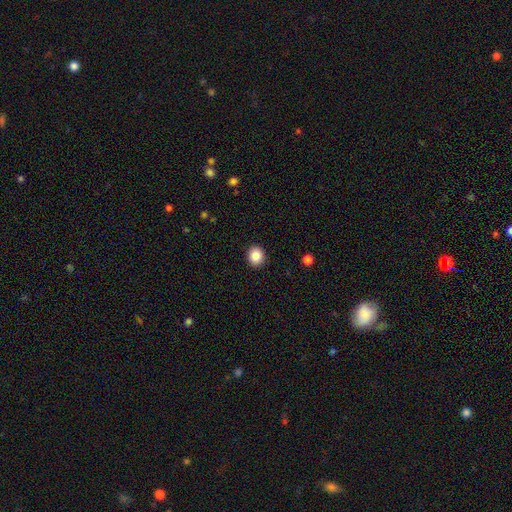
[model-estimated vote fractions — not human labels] Overall: smooth (86%). How rounded: round (75%). Merging: none (92%).